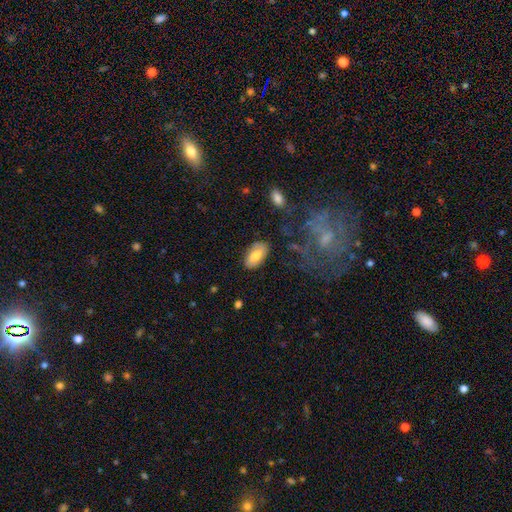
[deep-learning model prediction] Smooth or featured: smooth — 70% (featured or disk — 23%)
How rounded: in between — 93% (cigar-shaped — 4%)
Merging: none — 80% (minor disturbance — 14%)